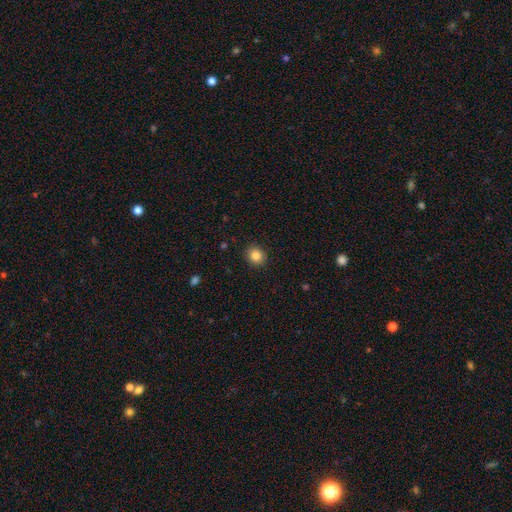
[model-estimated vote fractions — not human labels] Morphology: type=smooth (84%); roundness=round (80%); merging=none (91%).